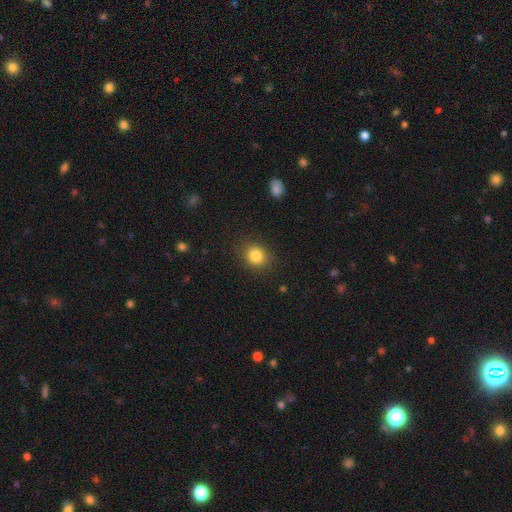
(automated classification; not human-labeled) Overall: smooth (83%). How rounded: round (73%). Merging: none (86%).